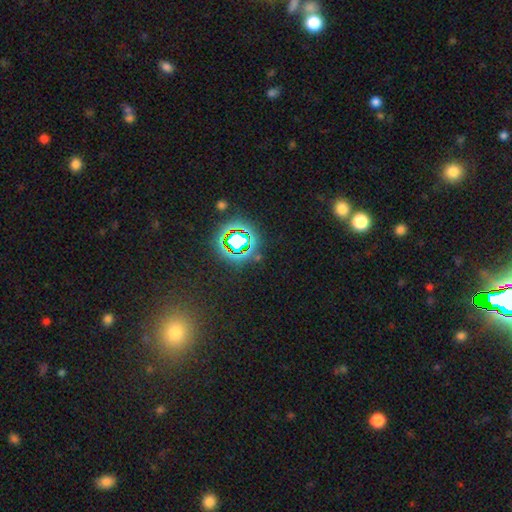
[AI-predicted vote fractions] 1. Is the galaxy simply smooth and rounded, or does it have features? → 70% star or artifact, 20% smooth, 10% featured or disk.